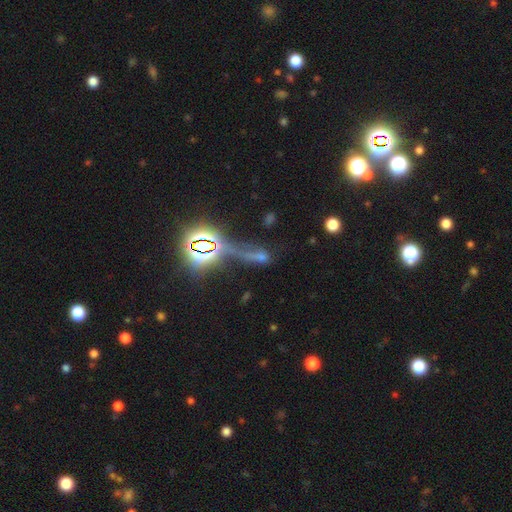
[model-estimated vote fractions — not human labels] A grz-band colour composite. It shows a star or artifact, not a galaxy (56%).